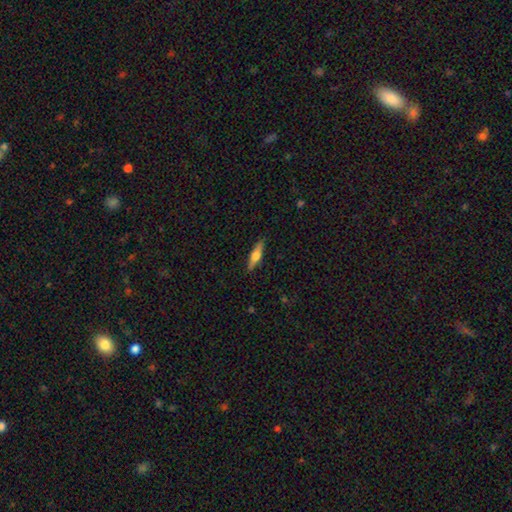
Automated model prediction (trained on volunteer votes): Morphology: type=featured or disk (51%); edge-on=yes (94%); merging=none (88%).